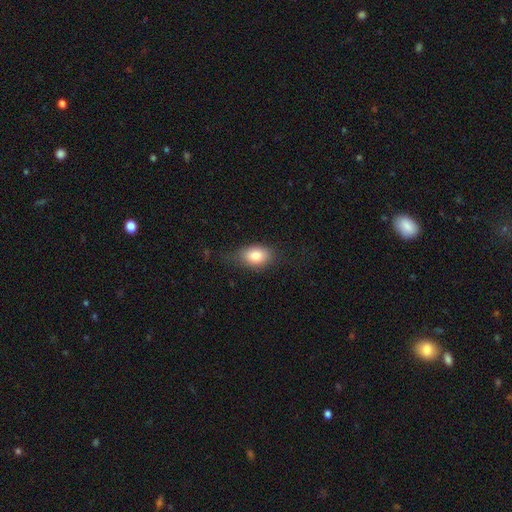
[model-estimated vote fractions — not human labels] Smooth or featured?
  - smooth: 81% *
  - featured or disk: 11%
  - star or artifact: 8%
How rounded?
  - in between: 83% *
  - round: 15%
  - cigar-shaped: 2%
Merging?
  - none: 70% *
  - minor disturbance: 22%
  - major disturbance: 7%
  - merger: 1%